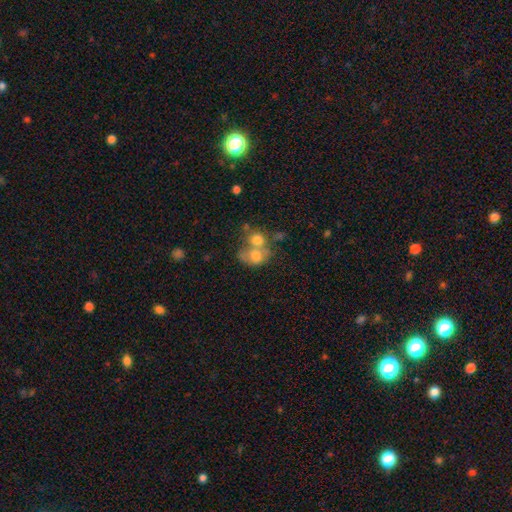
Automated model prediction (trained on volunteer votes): Morphology: type=smooth (65%); roundness=round (53%); merging=merger (66%).